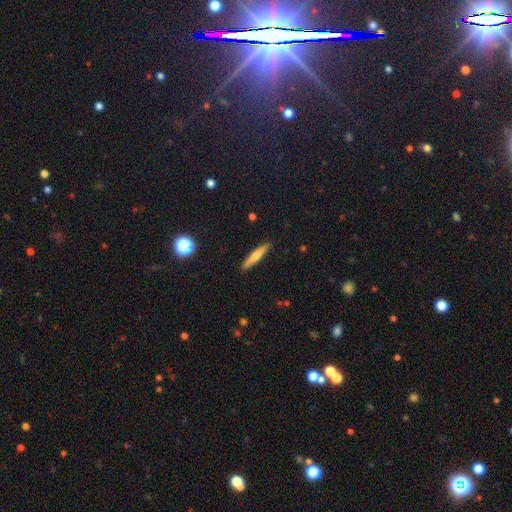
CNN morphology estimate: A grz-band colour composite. It shows a smooth galaxy with no disk features (59%) that is cigar-shaped (90%). Merging: none (90%).